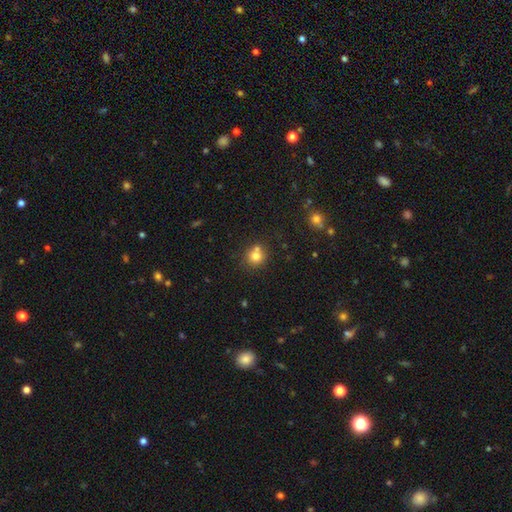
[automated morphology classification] Overall: smooth (76%). How rounded: round (88%). Merging: none (61%; merger 26%).